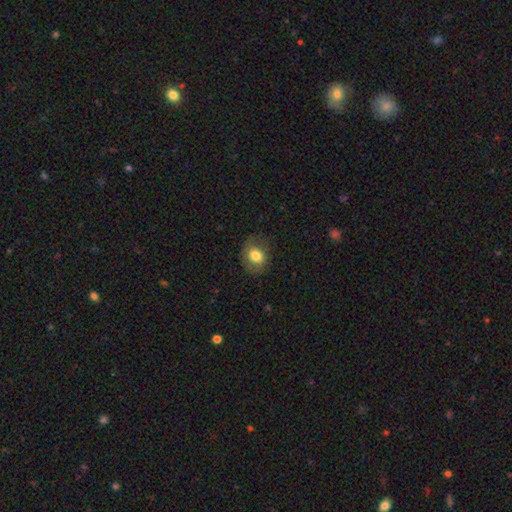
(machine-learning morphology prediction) A smooth galaxy with no disk features (76%) that is round (52%).

Vote fractions:
- Smooth or featured? smooth: 76% / featured or disk: 16% / star or artifact: 9%
- How rounded? round: 52% / in between: 47% / cigar-shaped: 1%
- Merging? none: 72% / minor disturbance: 20% / major disturbance: 8% / merger: 1%